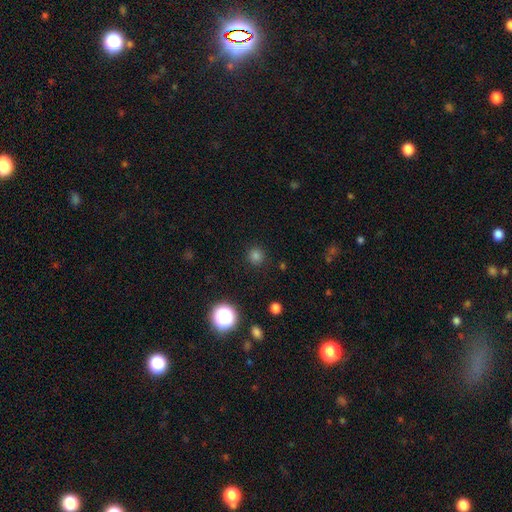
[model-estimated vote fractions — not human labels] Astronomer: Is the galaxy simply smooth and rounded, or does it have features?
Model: smooth — 77%.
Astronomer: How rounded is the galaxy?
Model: round — 94%.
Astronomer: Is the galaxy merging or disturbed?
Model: none — 89%.